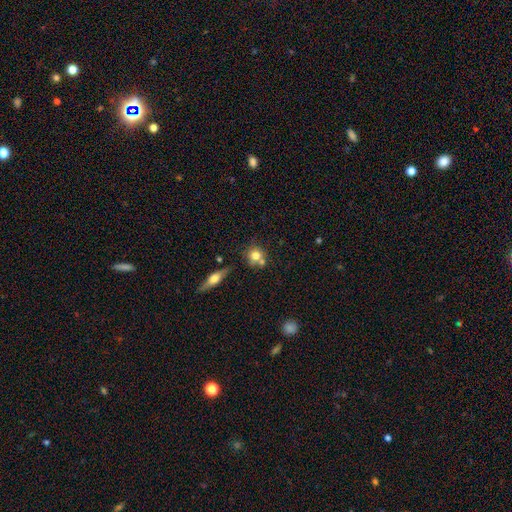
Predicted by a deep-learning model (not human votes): This appears to be a smooth galaxy with no disk features (71%) that is round (81%). Merging: none (54%).